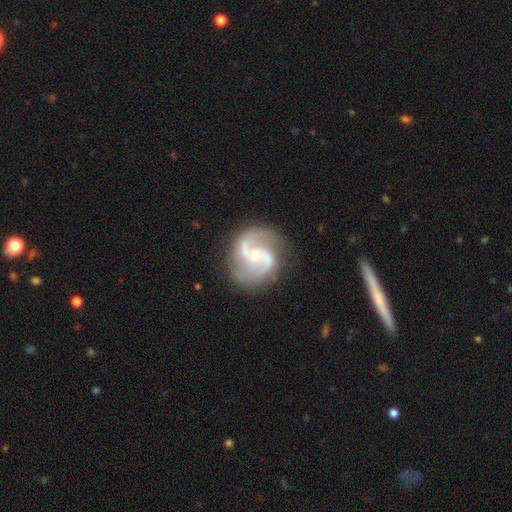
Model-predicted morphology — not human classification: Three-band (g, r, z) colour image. It shows a featured or disk galaxy (91%) with no bar (51%), 2 (92%) medium (60%) spiral arms (98%) and a small central bulge (61%). Merging: none (81%).